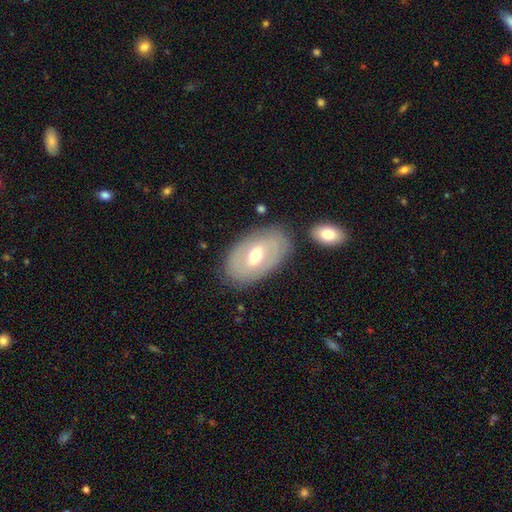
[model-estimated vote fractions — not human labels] Smooth or featured: featured or disk — 53% (smooth — 40%)
Edge-on disk: no — 89% (yes — 11%)
Merging: none — 78% (minor disturbance — 13%)